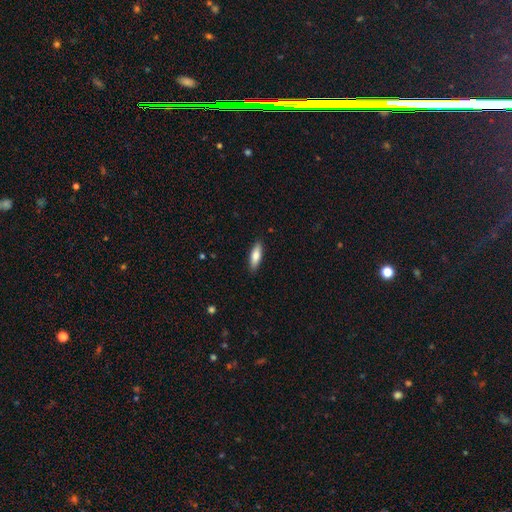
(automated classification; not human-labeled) A smooth galaxy with no disk features (79%) that is in between round and cigar-shaped (55%). Merging: none (88%).